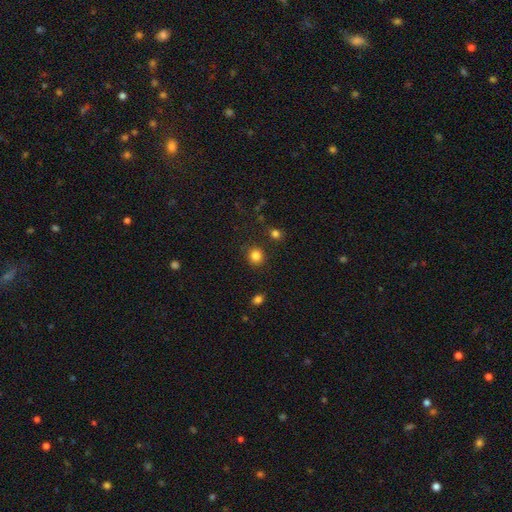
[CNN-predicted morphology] This appears to be a smooth galaxy with no disk features (84%) that is round (87%). Merging: none (87%).